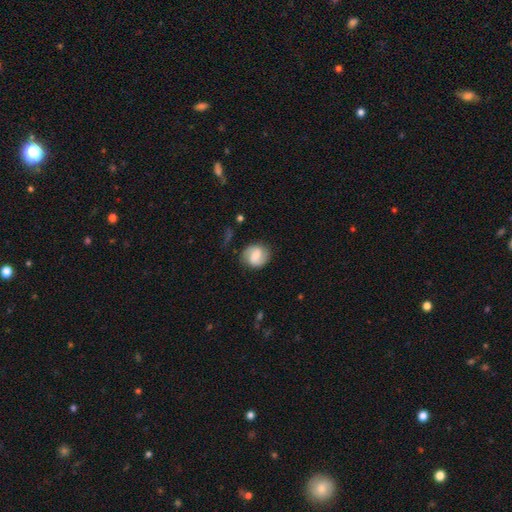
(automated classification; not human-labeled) Smooth or featured? featured or disk (56%)
Edge-on disk? no (98%)
Bar? weak (50%)
Spiral arms? yes (90%)
Bulge size? moderate (39%)
Merging? none (79%)